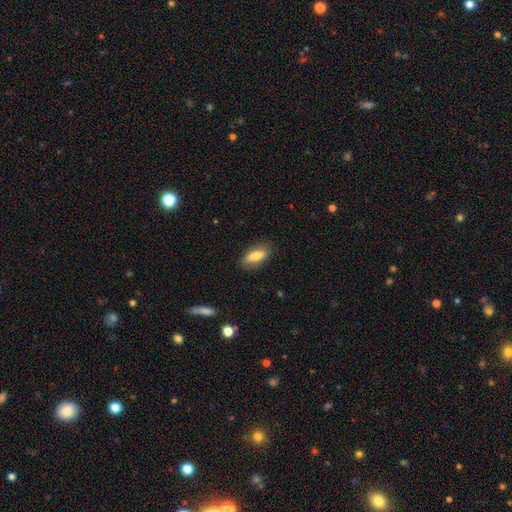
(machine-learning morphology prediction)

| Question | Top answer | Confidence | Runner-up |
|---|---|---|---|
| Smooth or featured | smooth | 75% | featured or disk (18%) |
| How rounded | in between | 78% | cigar-shaped (19%) |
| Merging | none | 82% | minor disturbance (13%) |